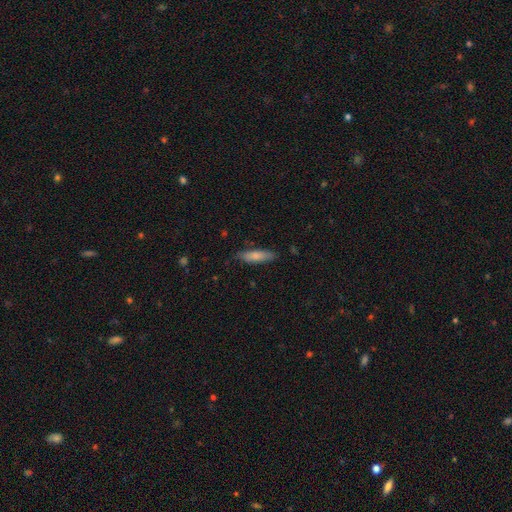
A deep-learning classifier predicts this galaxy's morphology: Smooth or featured: smooth — 77% (featured or disk — 17%)
How rounded: cigar-shaped — 68% (in between — 31%)
Merging: none — 83% (minor disturbance — 14%)